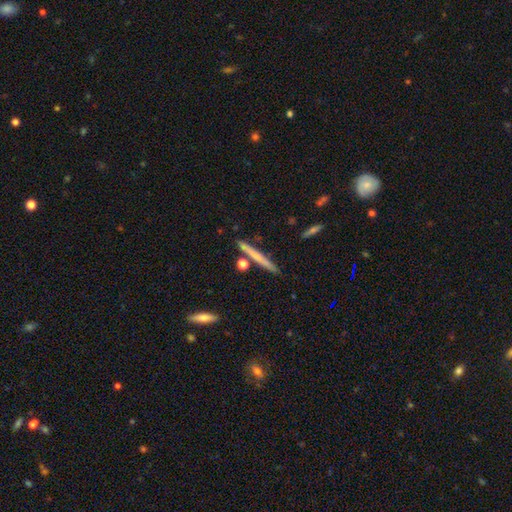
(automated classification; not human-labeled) Morphology: type=smooth (53%); roundness=cigar-shaped (95%); merging=none (85%).